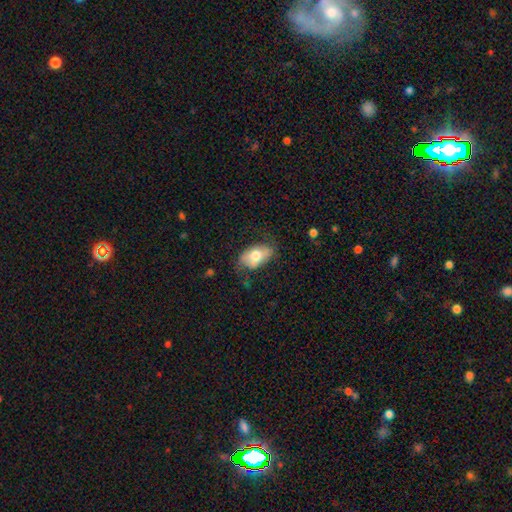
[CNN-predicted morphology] Q: Smooth or featured?
A: smooth (66%); runner-up: featured or disk (27%)
Q: How rounded?
A: in between (91%); runner-up: round (6%)
Q: Merging?
A: none (66%); runner-up: minor disturbance (23%)